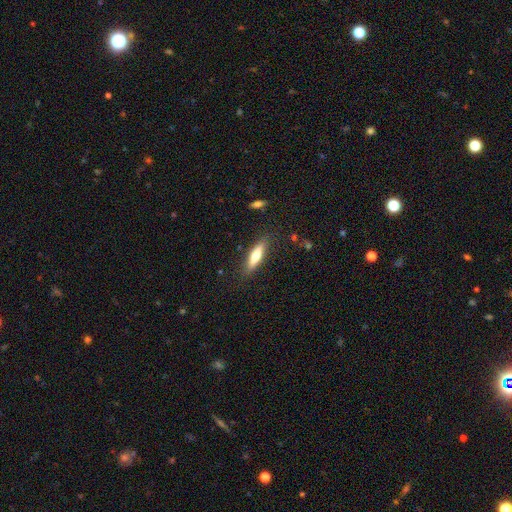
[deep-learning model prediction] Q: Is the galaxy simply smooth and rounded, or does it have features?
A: smooth — 63%.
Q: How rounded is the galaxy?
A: cigar-shaped — 68%.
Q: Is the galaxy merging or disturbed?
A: none — 84%.